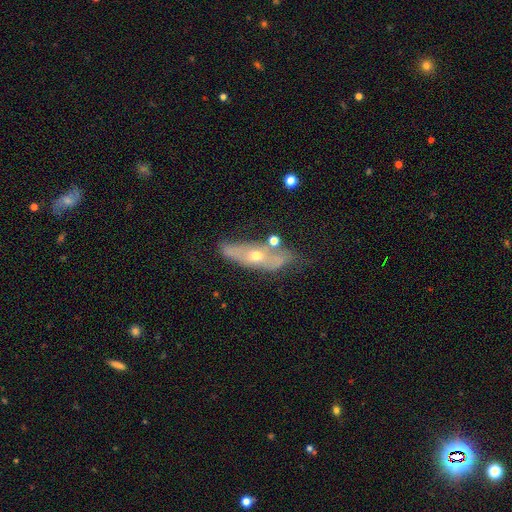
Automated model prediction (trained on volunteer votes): Smooth or featured?
  - featured or disk: 58% *
  - smooth: 29%
  - star or artifact: 13%
Edge-on disk?
  - no: 55% *
  - yes: 45%
Merging?
  - none: 52% *
  - minor disturbance: 19%
  - merger: 18%
  - major disturbance: 11%